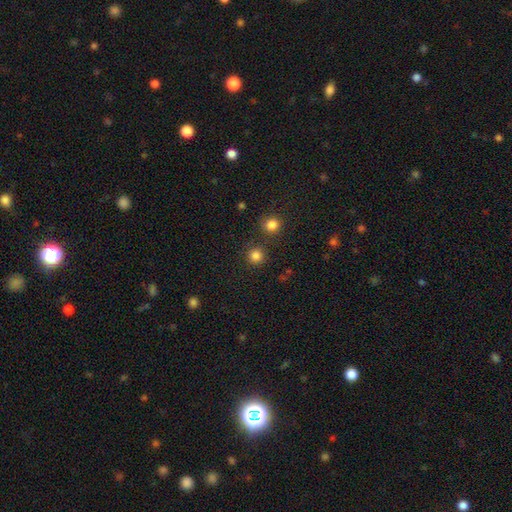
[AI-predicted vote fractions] Smooth or featured?
  - smooth: 82% *
  - star or artifact: 14%
  - featured or disk: 4%
How rounded?
  - round: 94% *
  - in between: 5%
  - cigar-shaped: 1%
Merging?
  - none: 85% *
  - merger: 6%
  - minor disturbance: 6%
  - major disturbance: 3%